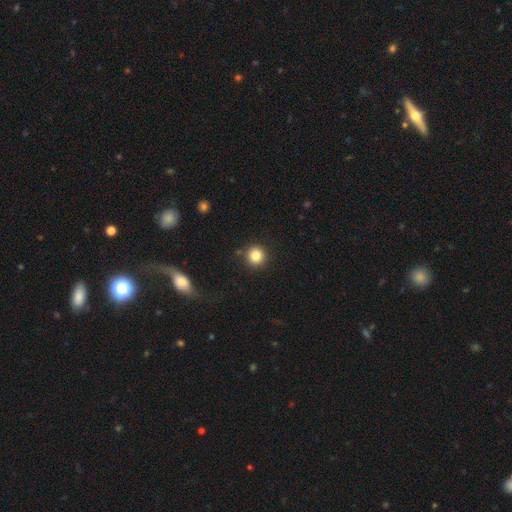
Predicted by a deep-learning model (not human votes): smooth-or-featured: smooth: 84% | star or artifact: 11% | featured or disk: 6%
  how-rounded: round: 94% | in between: 5% | cigar-shaped: 1%
  merging: none: 89% | minor disturbance: 6% | merger: 2% | major disturbance: 2%